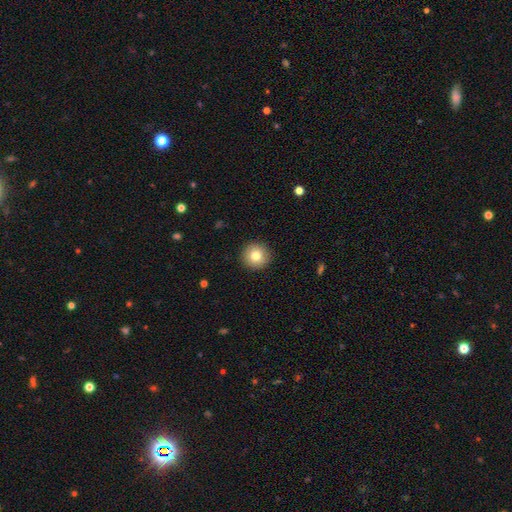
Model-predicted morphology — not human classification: Smooth or featured?
  - smooth: 82% *
  - star or artifact: 9%
  - featured or disk: 9%
How rounded?
  - round: 94% *
  - in between: 5%
  - cigar-shaped: 1%
Merging?
  - none: 92% *
  - minor disturbance: 6%
  - major disturbance: 2%
  - merger: 1%